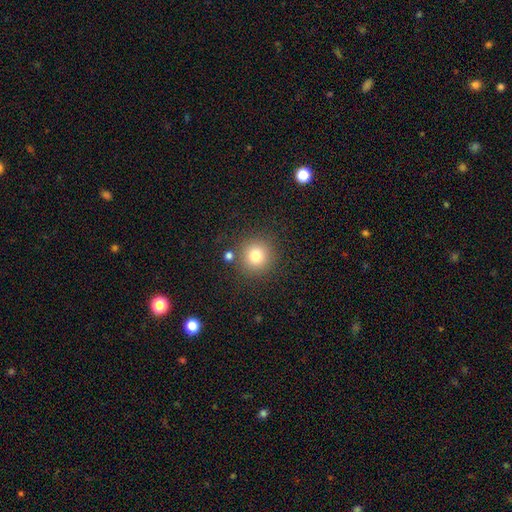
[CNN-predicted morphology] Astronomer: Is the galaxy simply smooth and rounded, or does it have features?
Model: smooth — 78%.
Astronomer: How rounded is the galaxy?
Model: round — 94%.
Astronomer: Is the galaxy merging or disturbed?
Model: none — 83%.